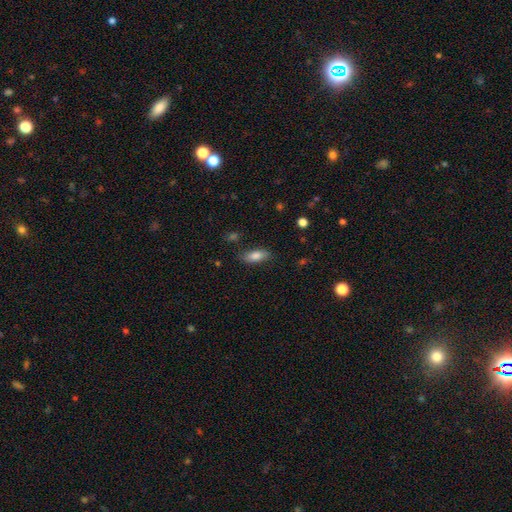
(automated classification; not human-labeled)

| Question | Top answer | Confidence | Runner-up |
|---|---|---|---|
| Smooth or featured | smooth | 82% | featured or disk (11%) |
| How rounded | in between | 79% | cigar-shaped (18%) |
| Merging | none | 80% | minor disturbance (14%) |